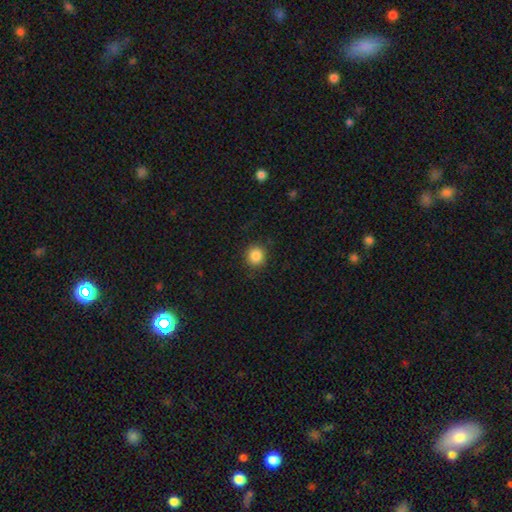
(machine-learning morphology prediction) Smooth or featured? Predicted: smooth (p=0.86). How rounded? Predicted: round (p=0.87). Merging? Predicted: none (p=0.89).